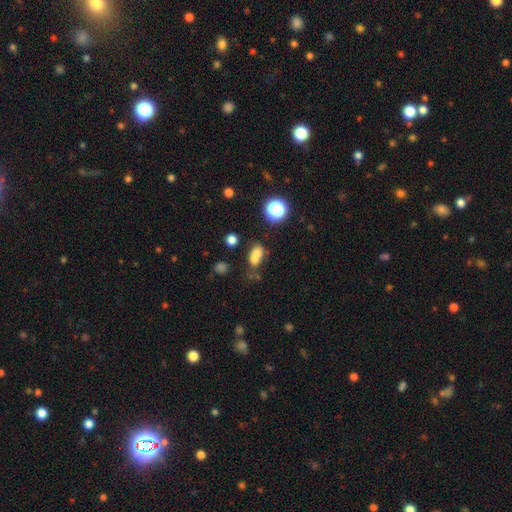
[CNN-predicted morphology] Smooth or featured?
  - smooth: 69% *
  - star or artifact: 18%
  - featured or disk: 13%
How rounded?
  - in between: 73% *
  - round: 21%
  - cigar-shaped: 6%
Merging?
  - none: 38% *
  - merger: 33%
  - minor disturbance: 18%
  - major disturbance: 11%